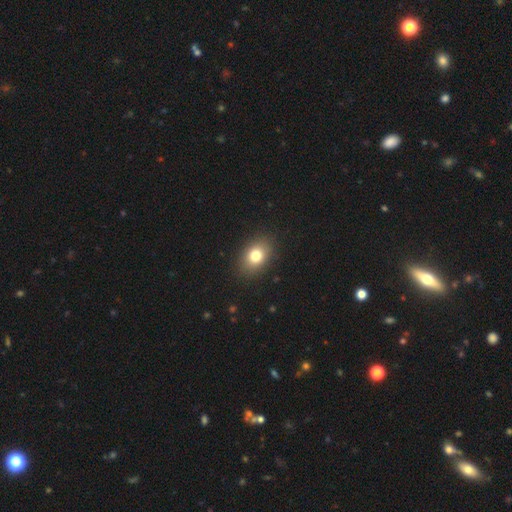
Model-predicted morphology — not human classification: smooth-or-featured: smooth: 78% | featured or disk: 11% | star or artifact: 11%
  how-rounded: in between: 73% | round: 26% | cigar-shaped: 1%
  merging: none: 88% | minor disturbance: 8% | major disturbance: 3% | merger: 1%